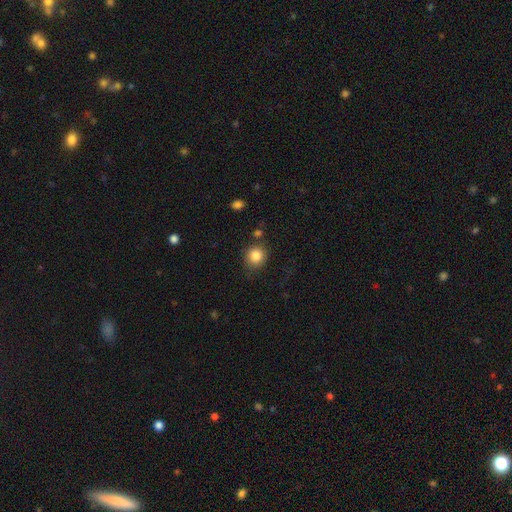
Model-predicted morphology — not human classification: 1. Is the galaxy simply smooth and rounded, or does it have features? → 85% smooth, 10% star or artifact, 5% featured or disk.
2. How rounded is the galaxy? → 85% round, 14% in between, 1% cigar-shaped.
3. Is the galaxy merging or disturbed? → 78% none, 13% minor disturbance, 5% merger, 4% major disturbance.